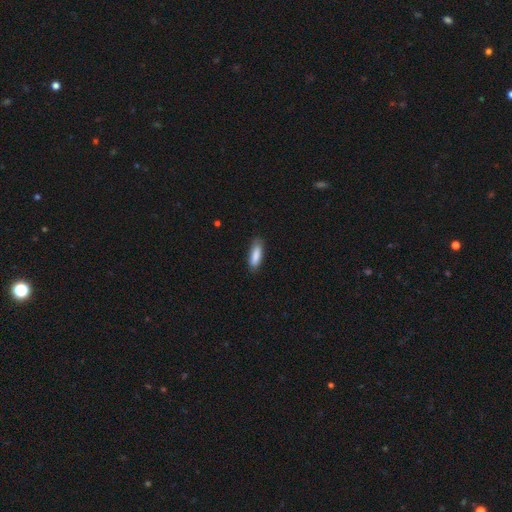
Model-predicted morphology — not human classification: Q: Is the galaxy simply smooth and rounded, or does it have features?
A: smooth — 86%.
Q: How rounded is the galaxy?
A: in between — 52%.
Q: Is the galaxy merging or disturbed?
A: none — 81%.